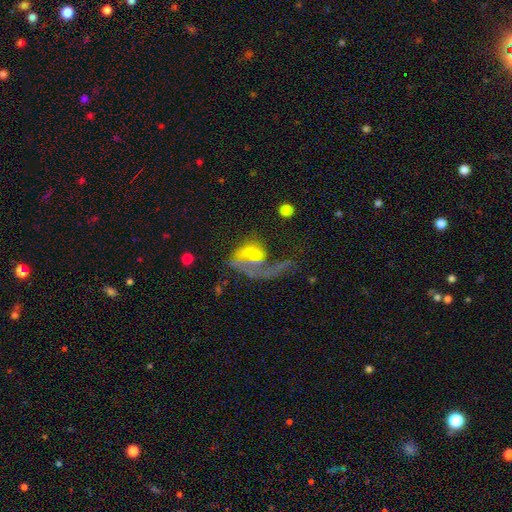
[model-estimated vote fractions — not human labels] The model was most divided on "bulge size": none: 43%, small: 33%, moderate: 17%, large: 5%, dominant: 2%. More confident: edge-on disk — no (97%); spiral arms — yes (67%); smooth or featured — featured or disk (66%); bar — no (60%); merging — major disturbance (55%).